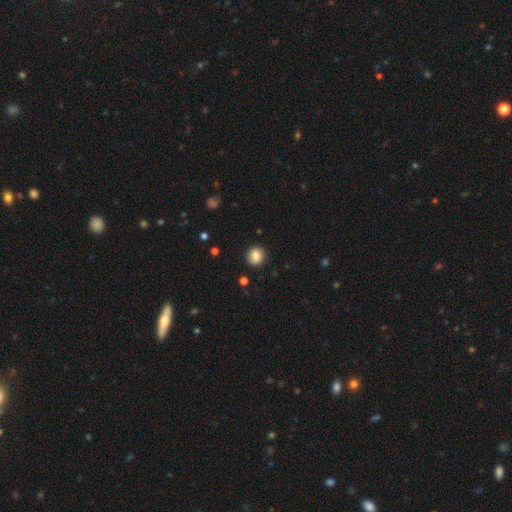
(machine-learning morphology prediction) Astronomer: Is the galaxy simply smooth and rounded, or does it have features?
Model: smooth — 84%.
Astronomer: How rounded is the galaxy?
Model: round — 76%.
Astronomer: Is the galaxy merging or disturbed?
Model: none — 89%.